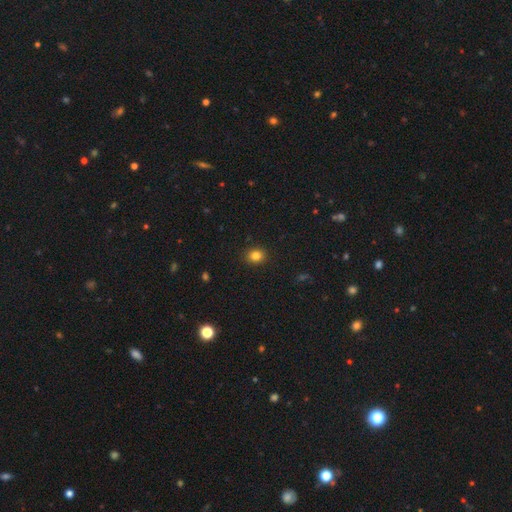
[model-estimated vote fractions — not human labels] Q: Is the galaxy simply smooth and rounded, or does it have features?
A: smooth — 83%.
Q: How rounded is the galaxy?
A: round — 64%.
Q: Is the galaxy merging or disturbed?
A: none — 90%.